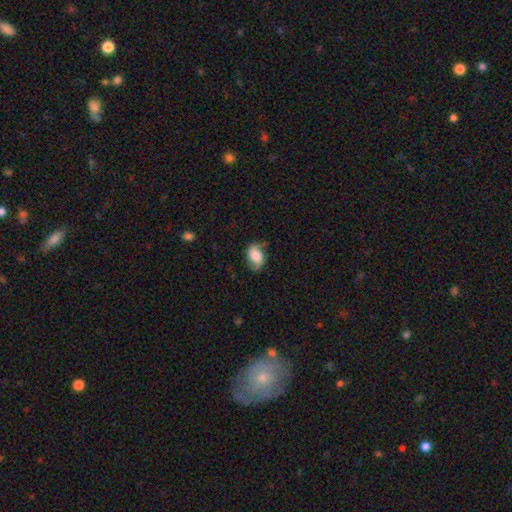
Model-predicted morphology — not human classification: This is likely a smooth galaxy (63%). How rounded: clearly in between (84%). Merging: likely none (65%).